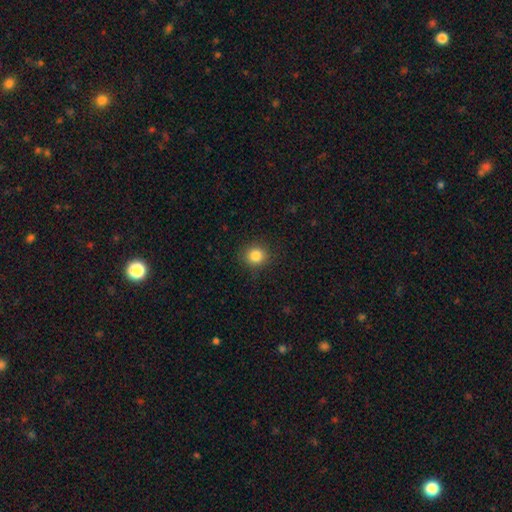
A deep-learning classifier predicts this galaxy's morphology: smooth 84%, star or artifact 11%, featured or disk 5%. Down the decision tree: how rounded — round (89%); merging — none (89%).